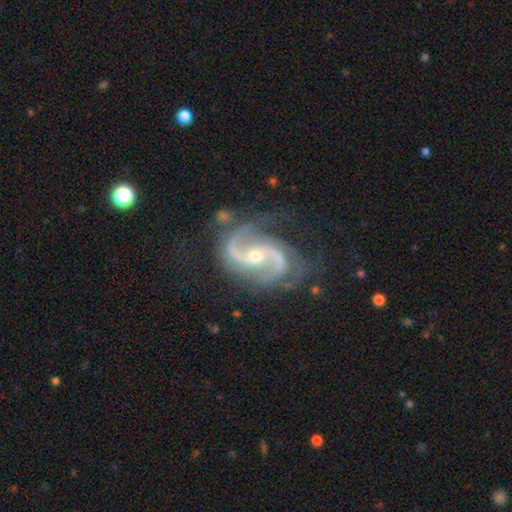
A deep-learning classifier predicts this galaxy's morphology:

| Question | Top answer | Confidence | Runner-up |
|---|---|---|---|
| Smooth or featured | featured or disk | 93% | star or artifact (5%) |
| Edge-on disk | no | 98% | yes (2%) |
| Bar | no | 44% | weak (35%) |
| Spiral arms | yes | 98% | no (2%) |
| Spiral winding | medium | 57% | loose (28%) |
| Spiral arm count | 2 | 88% | 3 (5%) |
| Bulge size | small | 56% | moderate (41%) |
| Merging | none | 65% | minor disturbance (21%) |